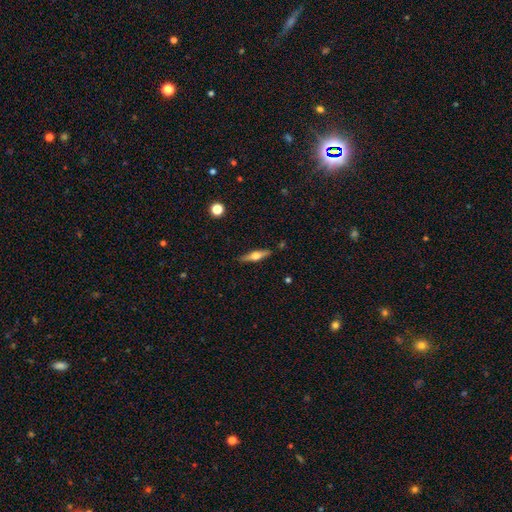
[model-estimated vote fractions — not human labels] A featured or disk galaxy (60%) viewed edge-on (95%) with a rounded central bulge (93%).

Vote fractions:
- Smooth or featured? featured or disk: 60% / smooth: 34% / star or artifact: 6%
- Edge-on disk? yes: 95% / no: 5%
- Edge-on bulge? rounded: 93% / boxy: 5% / none: 2%
- Merging? none: 88% / minor disturbance: 9% / major disturbance: 2% / merger: 2%